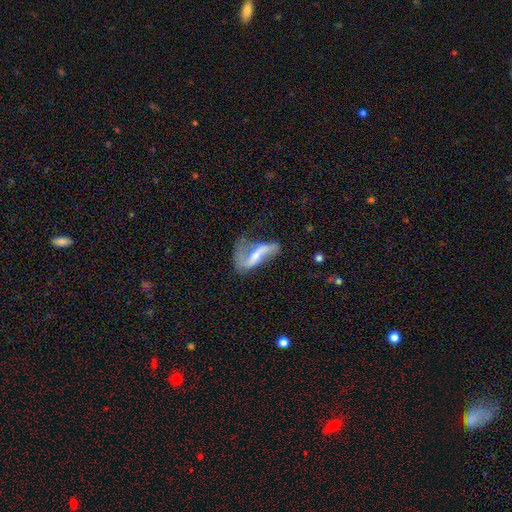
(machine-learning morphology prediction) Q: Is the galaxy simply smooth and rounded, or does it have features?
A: featured or disk — 76%.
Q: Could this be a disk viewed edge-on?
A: no — 90%.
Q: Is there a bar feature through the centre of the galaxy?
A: strong — 39%.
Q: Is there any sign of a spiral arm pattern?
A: yes — 84%.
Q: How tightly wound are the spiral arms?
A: loose — 80%.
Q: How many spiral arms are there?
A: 2 — 82%.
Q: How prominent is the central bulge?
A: small — 49%.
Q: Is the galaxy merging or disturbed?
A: none — 41%.